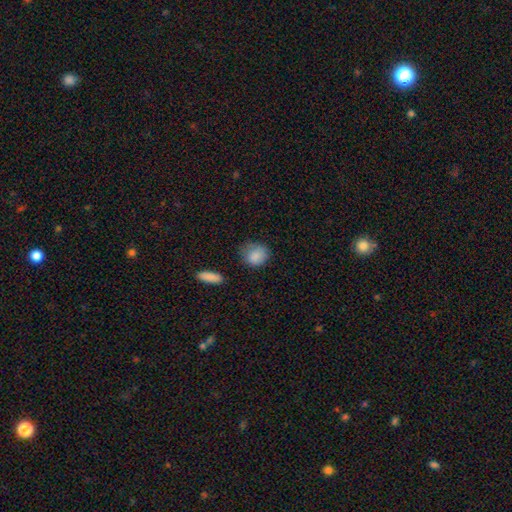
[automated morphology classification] Smooth or featured? smooth (87%)
How rounded? round (69%)
Merging? none (63%)